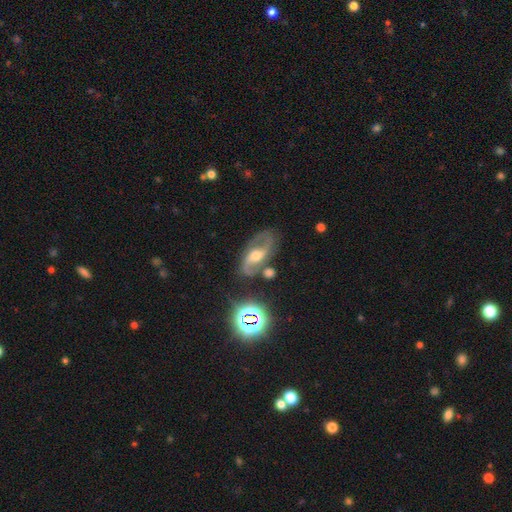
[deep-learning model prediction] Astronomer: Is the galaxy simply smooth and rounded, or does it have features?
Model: featured or disk — 78%.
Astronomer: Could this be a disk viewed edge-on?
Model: no — 96%.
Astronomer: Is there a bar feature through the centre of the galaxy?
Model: weak — 40% (runner-up: no, 39%).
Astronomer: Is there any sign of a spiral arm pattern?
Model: yes — 93%.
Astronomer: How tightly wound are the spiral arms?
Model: medium — 48% (runner-up: loose, 39%).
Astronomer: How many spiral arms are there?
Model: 2 — 90%.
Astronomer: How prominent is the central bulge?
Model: moderate — 68%.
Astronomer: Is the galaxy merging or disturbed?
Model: none — 66%.